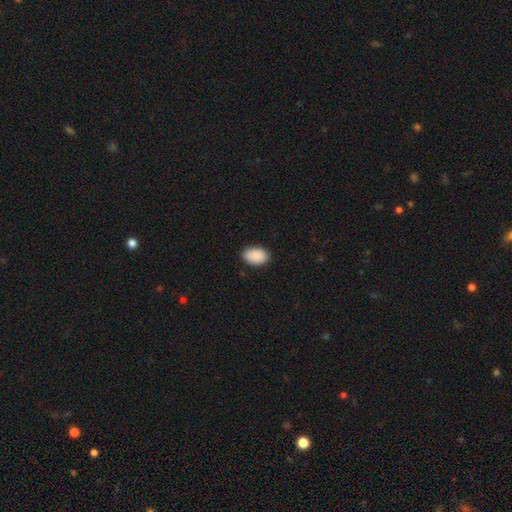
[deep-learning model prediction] Q: Smooth or featured?
A: smooth (90%); runner-up: star or artifact (6%)
Q: How rounded?
A: in between (90%); runner-up: round (9%)
Q: Merging?
A: none (87%); runner-up: minor disturbance (10%)